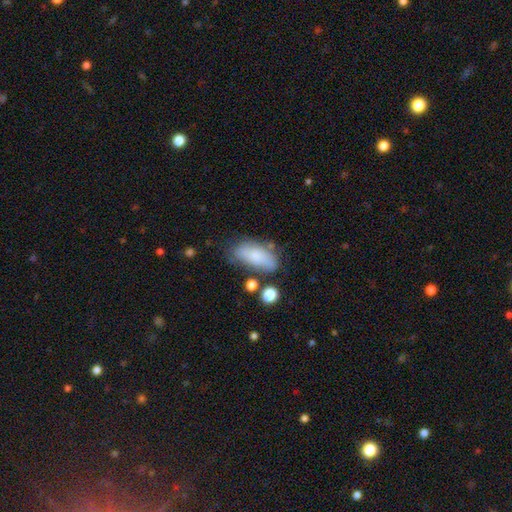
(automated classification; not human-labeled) Morphology: type=smooth (76%); roundness=in between (87%); merging=none (58%).